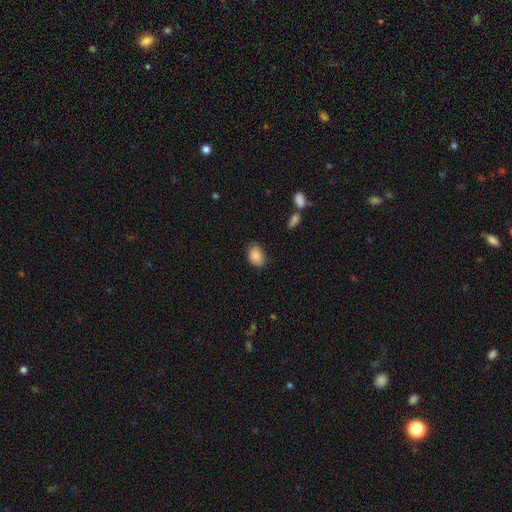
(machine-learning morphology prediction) smooth_or_featured: smooth (p=0.87) [alt: star or artifact p=0.08]
how_rounded: in between (p=0.70) [alt: round p=0.29]
merging: none (p=0.73) [alt: minor disturbance p=0.21]